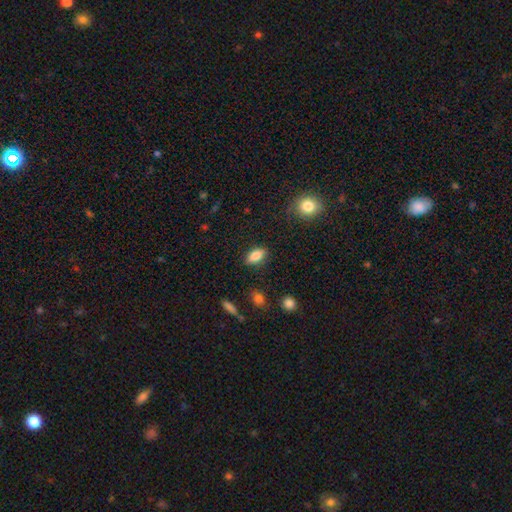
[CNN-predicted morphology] Q: Smooth or featured?
A: smooth (84%); runner-up: star or artifact (8%)
Q: How rounded?
A: in between (87%); runner-up: cigar-shaped (9%)
Q: Merging?
A: none (85%); runner-up: minor disturbance (10%)